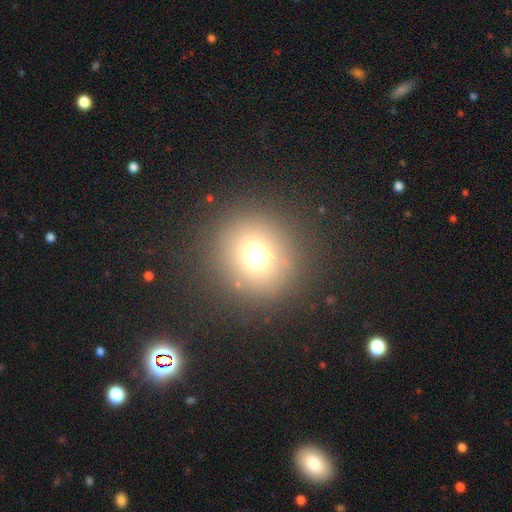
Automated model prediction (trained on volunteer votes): The model was most divided on "smooth or featured": smooth: 68%, star or artifact: 23%, featured or disk: 9%. More confident: how rounded — round (90%); merging — none (87%).